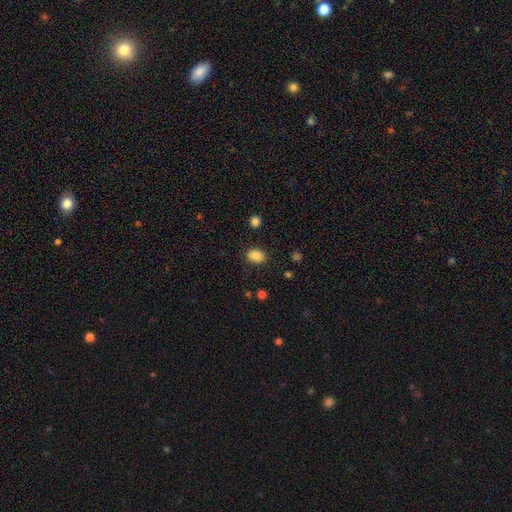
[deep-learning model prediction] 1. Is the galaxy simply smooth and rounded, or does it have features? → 87% smooth, 9% star or artifact, 4% featured or disk.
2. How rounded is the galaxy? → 76% in between, 23% round, 1% cigar-shaped.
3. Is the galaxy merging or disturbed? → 86% none, 10% minor disturbance, 3% major disturbance, 1% merger.